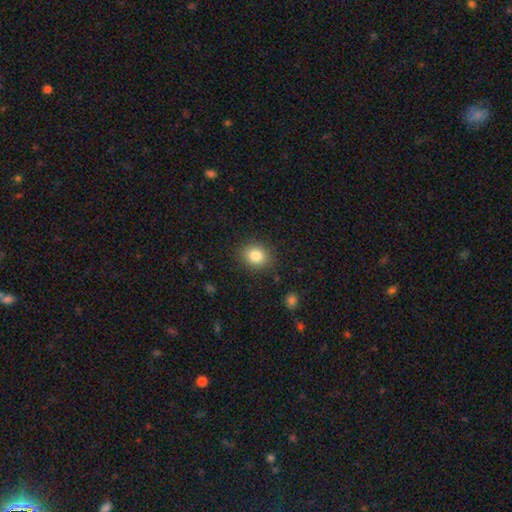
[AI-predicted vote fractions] Q: Smooth or featured?
A: smooth (83%); runner-up: star or artifact (10%)
Q: How rounded?
A: round (64%); runner-up: in between (35%)
Q: Merging?
A: none (86%); runner-up: minor disturbance (10%)